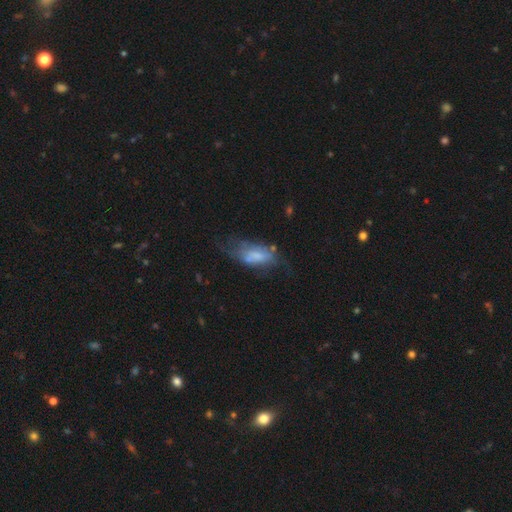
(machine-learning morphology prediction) Overall: smooth (50%; featured or disk 41%). Merging: none (33%; major disturbance 32%).